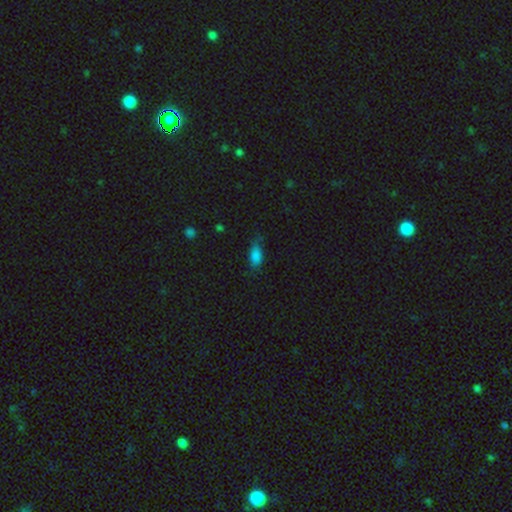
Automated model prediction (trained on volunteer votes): Q: Smooth or featured?
A: smooth (82%); runner-up: star or artifact (11%)
Q: How rounded?
A: in between (86%); runner-up: cigar-shaped (10%)
Q: Merging?
A: none (55%); runner-up: minor disturbance (33%)